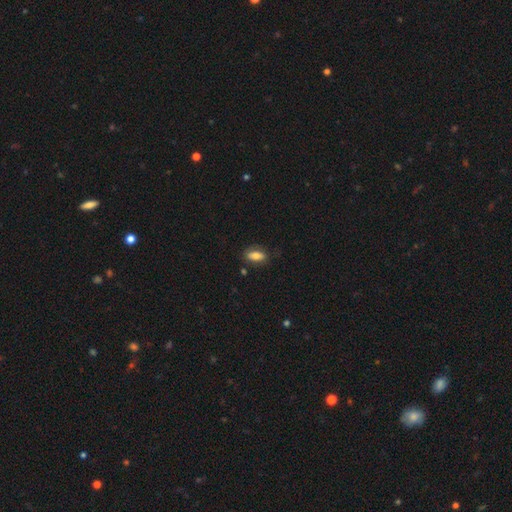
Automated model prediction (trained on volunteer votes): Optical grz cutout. It shows a smooth galaxy with no disk features (76%) that is in between round and cigar-shaped (83%). Merging: none (75%).